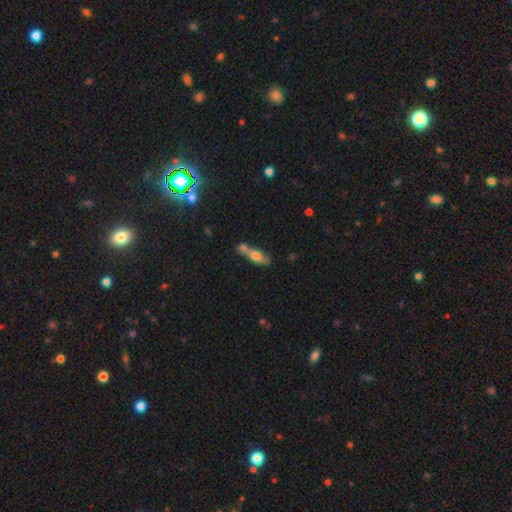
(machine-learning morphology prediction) Q: Smooth or featured?
A: smooth (63%); runner-up: featured or disk (29%)
Q: How rounded?
A: in between (53%); runner-up: cigar-shaped (43%)
Q: Merging?
A: merger (46%); runner-up: none (35%)